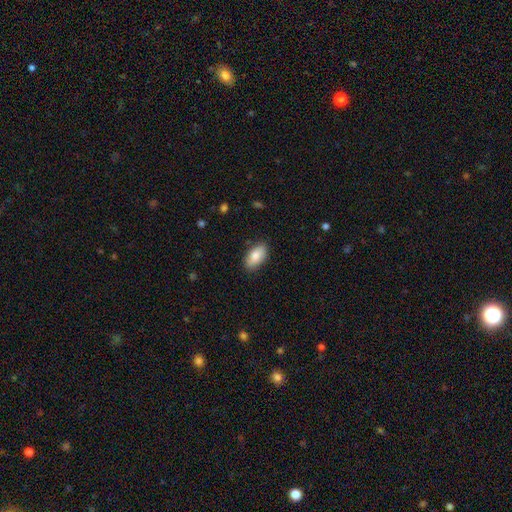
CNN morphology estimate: Smooth or featured? smooth (81%)
How rounded? in between (92%)
Merging? none (86%)